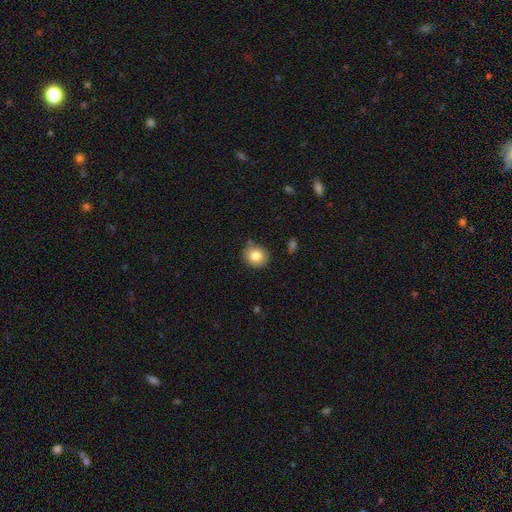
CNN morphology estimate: Q: Smooth or featured?
A: smooth (82%); runner-up: star or artifact (9%)
Q: How rounded?
A: round (82%); runner-up: in between (17%)
Q: Merging?
A: none (84%); runner-up: minor disturbance (11%)